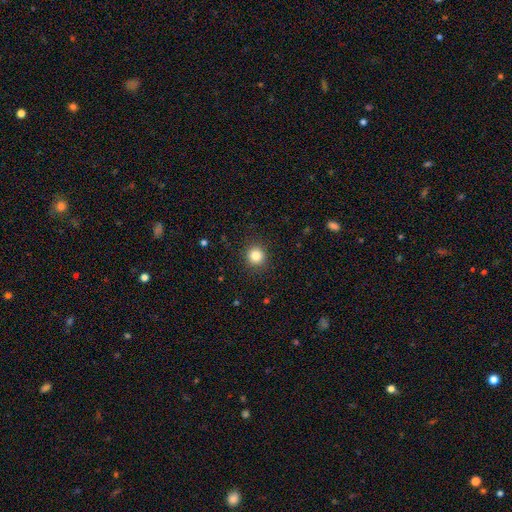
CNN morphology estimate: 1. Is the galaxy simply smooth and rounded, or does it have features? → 84% smooth, 11% star or artifact, 5% featured or disk.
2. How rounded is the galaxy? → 93% round, 6% in between, 1% cigar-shaped.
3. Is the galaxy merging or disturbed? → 91% none, 6% minor disturbance, 2% major disturbance, 1% merger.